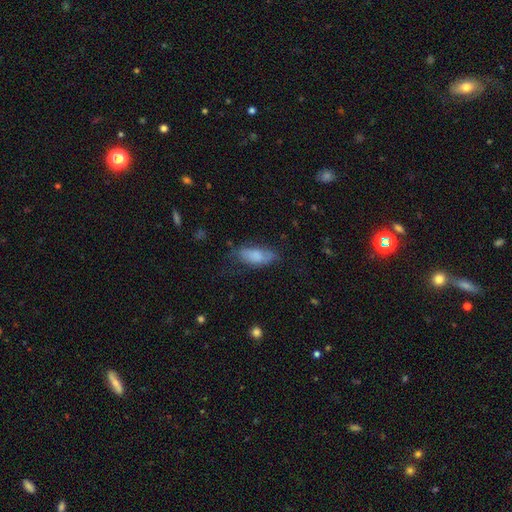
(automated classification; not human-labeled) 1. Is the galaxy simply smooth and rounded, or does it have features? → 77% smooth, 16% featured or disk, 7% star or artifact.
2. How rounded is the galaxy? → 81% in between, 17% cigar-shaped, 3% round.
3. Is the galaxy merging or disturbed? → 56% none, 29% minor disturbance, 12% major disturbance, 2% merger.